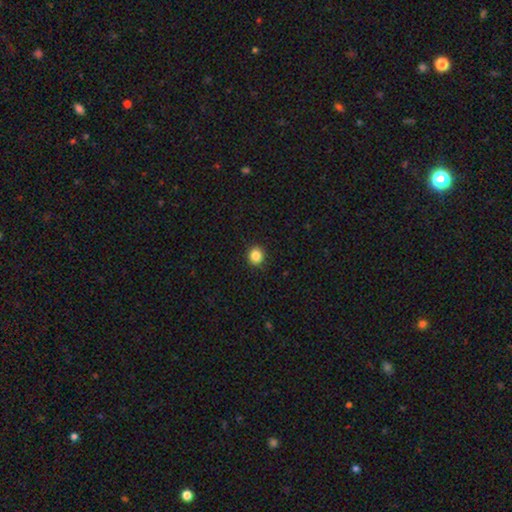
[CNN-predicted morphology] Q: Smooth or featured?
A: smooth (85%); runner-up: star or artifact (11%)
Q: How rounded?
A: round (90%); runner-up: in between (9%)
Q: Merging?
A: none (92%); runner-up: minor disturbance (5%)